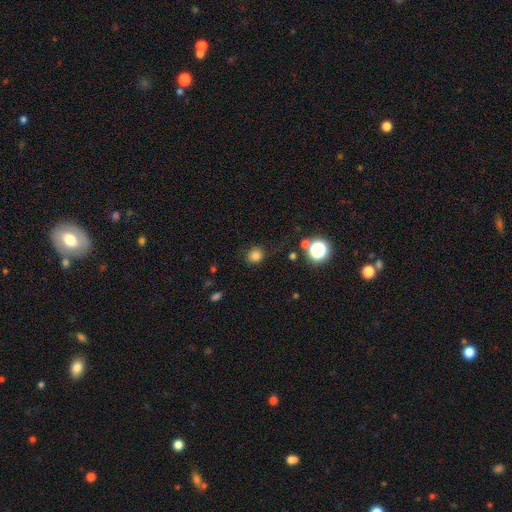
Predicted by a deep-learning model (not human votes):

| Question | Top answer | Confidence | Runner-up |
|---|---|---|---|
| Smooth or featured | smooth | 79% | star or artifact (16%) |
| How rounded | round | 85% | in between (14%) |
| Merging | none | 81% | minor disturbance (13%) |